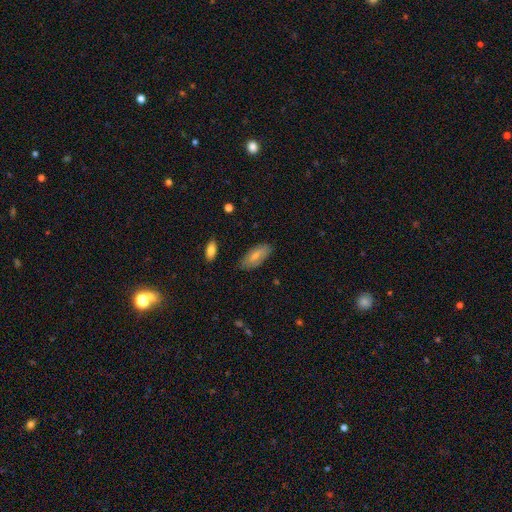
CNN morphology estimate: Smooth or featured? smooth (65%)
How rounded? in between (87%)
Merging? none (80%)